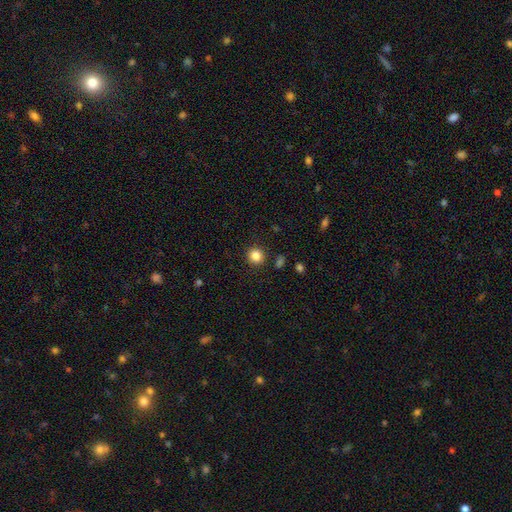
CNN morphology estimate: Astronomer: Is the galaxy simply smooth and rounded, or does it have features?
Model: smooth — 84%.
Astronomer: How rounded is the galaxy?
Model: round — 92%.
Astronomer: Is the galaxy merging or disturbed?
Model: none — 90%.